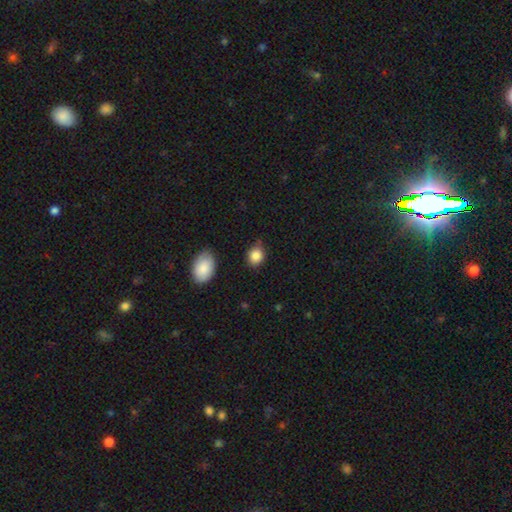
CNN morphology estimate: smooth-or-featured: smooth: 86% | star or artifact: 9% | featured or disk: 5%
  how-rounded: round: 53% | in between: 46% | cigar-shaped: 1%
  merging: none: 73% | minor disturbance: 20% | major disturbance: 4% | merger: 3%